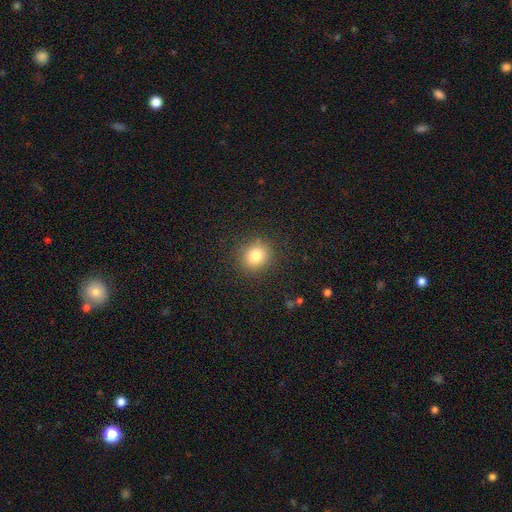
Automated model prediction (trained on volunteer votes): A smooth galaxy with no disk features (81%) that is round (84%). Merging: none (88%).